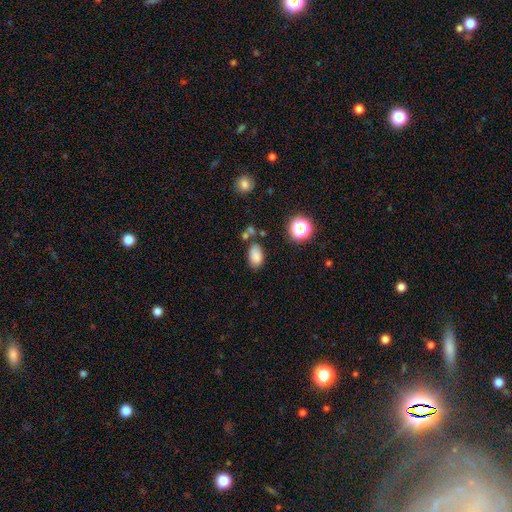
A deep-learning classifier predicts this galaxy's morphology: A smooth galaxy with no disk features (82%) that is in between round and cigar-shaped (90%).

Vote fractions:
- Smooth or featured? smooth: 82% / star or artifact: 12% / featured or disk: 6%
- How rounded? in between: 90% / round: 8% / cigar-shaped: 2%
- Merging? none: 72% / minor disturbance: 15% / merger: 9% / major disturbance: 4%